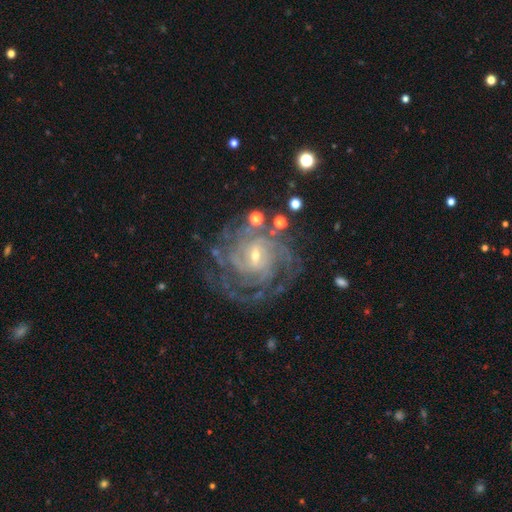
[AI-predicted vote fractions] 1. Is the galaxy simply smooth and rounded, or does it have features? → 89% featured or disk, 6% star or artifact, 5% smooth.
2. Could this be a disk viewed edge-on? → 97% no, 3% yes.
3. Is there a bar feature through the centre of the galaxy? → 49% weak, 35% no, 16% strong.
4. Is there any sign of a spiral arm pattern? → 97% yes, 3% no.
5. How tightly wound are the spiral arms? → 71% tight, 25% medium, 4% loose.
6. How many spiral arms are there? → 27% can't tell (tied), 27% 4 (tied), 16% 3, 13% more than 4, 11% 2, 6% 1.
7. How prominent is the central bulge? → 70% small, 26% moderate, 2% none, 2% large, 1% dominant.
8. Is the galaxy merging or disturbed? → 73% none, 16% minor disturbance, 9% major disturbance, 2% merger.